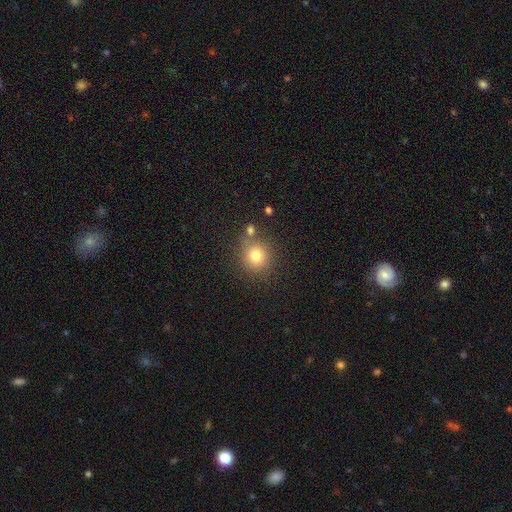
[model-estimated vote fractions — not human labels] This appears to be a smooth galaxy with no disk features (78%) that is round (90%). Merging: none (74%).